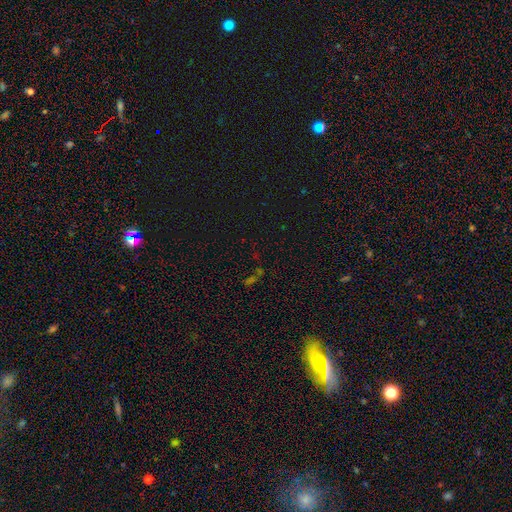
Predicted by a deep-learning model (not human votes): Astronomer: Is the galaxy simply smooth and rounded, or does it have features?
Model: star or artifact — 61%.